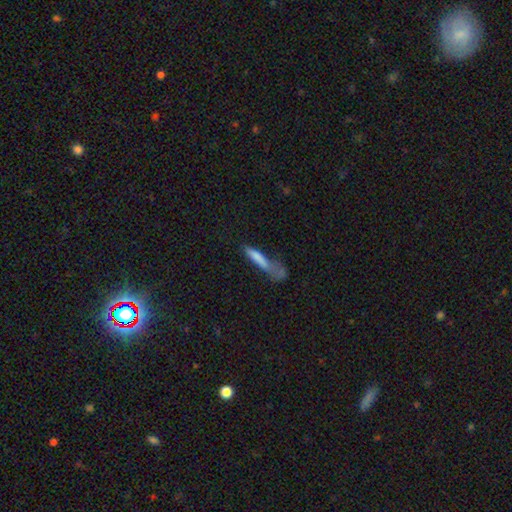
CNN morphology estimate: Smooth or featured? smooth (72%)
How rounded? cigar-shaped (84%)
Merging? none (35%)